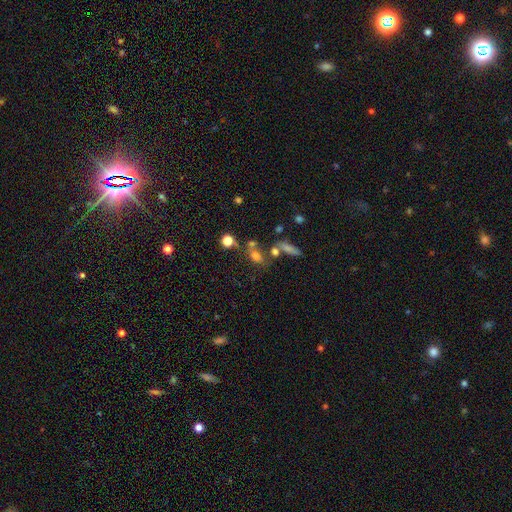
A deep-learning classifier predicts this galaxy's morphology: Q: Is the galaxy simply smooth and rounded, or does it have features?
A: smooth — 67%.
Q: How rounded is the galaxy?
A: in between — 59%.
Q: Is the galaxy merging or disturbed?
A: none — 46%.